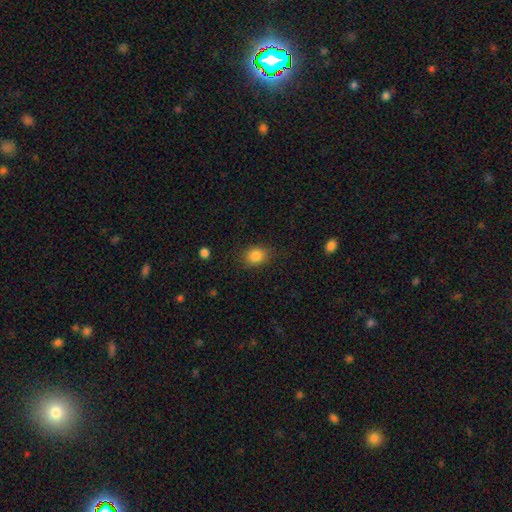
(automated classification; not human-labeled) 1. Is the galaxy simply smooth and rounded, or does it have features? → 86% smooth, 10% star or artifact, 5% featured or disk.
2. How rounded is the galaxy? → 51% in between, 48% round, 1% cigar-shaped.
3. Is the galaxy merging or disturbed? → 83% none, 12% minor disturbance, 4% major disturbance, 1% merger.